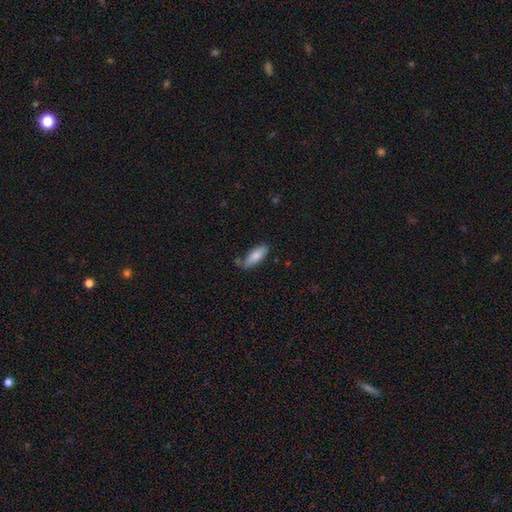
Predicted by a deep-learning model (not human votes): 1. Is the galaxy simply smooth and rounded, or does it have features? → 84% smooth, 10% featured or disk, 6% star or artifact.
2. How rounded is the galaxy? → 65% in between, 33% cigar-shaped, 2% round.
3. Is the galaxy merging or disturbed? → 68% none, 22% minor disturbance, 6% merger, 4% major disturbance.